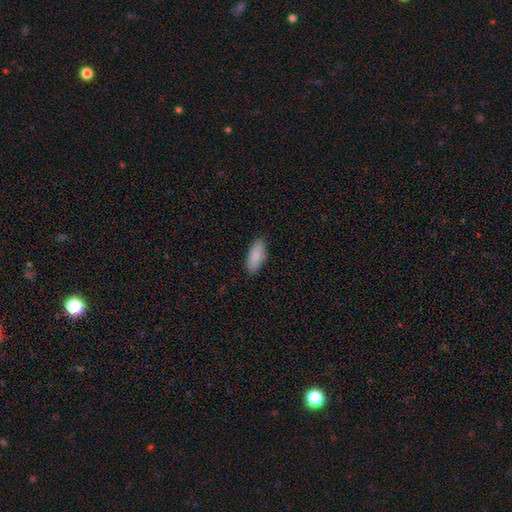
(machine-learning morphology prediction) smooth-or-featured: smooth: 89% | star or artifact: 6% | featured or disk: 5%
  how-rounded: in between: 84% | cigar-shaped: 14% | round: 2%
  merging: none: 86% | minor disturbance: 11% | major disturbance: 2% | merger: 1%